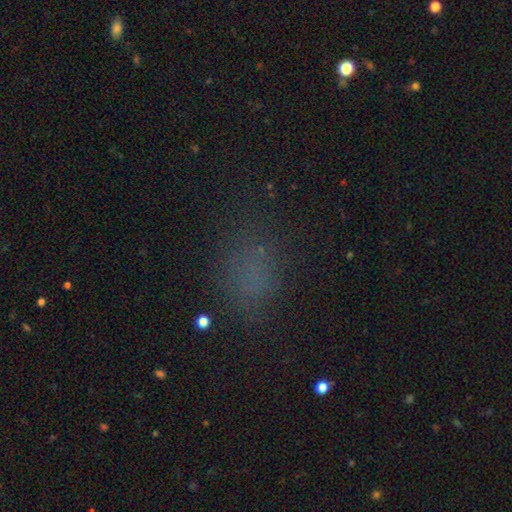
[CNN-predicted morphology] smooth 63%, star or artifact 29%, featured or disk 9%. Down the decision tree: how rounded — in between (64%); merging — none (73%).